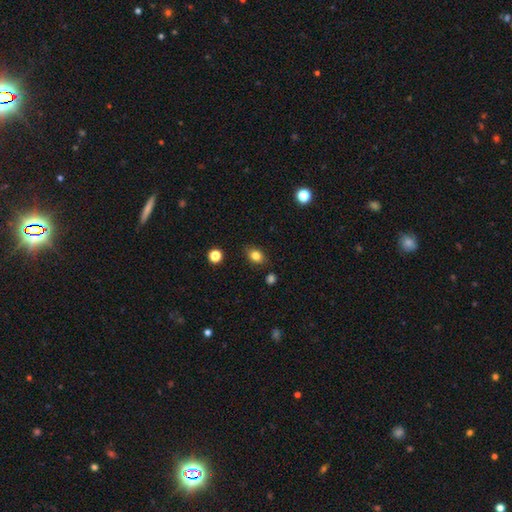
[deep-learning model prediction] This appears to be a smooth galaxy with no disk features (82%) that is in between round and cigar-shaped (69%). Merging: none (83%).